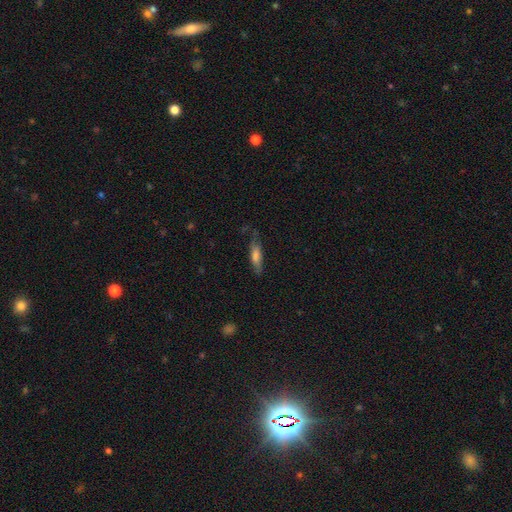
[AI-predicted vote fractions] A smooth galaxy with no disk features (54%) that is cigar-shaped (66%).

Vote fractions:
- Smooth or featured? smooth: 54% / featured or disk: 36% / star or artifact: 10%
- How rounded? cigar-shaped: 66% / in between: 32% / round: 2%
- Merging? none: 66% / minor disturbance: 23% / major disturbance: 9% / merger: 2%